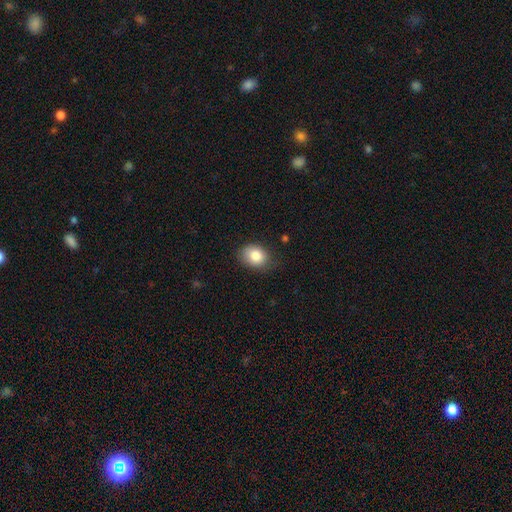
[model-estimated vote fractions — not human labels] The model was most divided on "how rounded": in between: 58%, round: 41%, cigar-shaped: 1%. More confident: smooth or featured — smooth (84%); merging — none (71%).